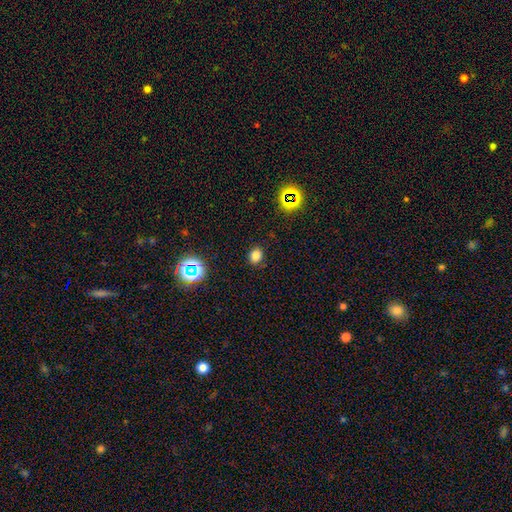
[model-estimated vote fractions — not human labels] A smooth galaxy with no disk features (77%) that is round (52%).

Vote fractions:
- Smooth or featured? smooth: 77% / star or artifact: 17% / featured or disk: 6%
- How rounded? round: 52% / in between: 47% / cigar-shaped: 1%
- Merging? none: 85% / minor disturbance: 10% / major disturbance: 3% / merger: 1%